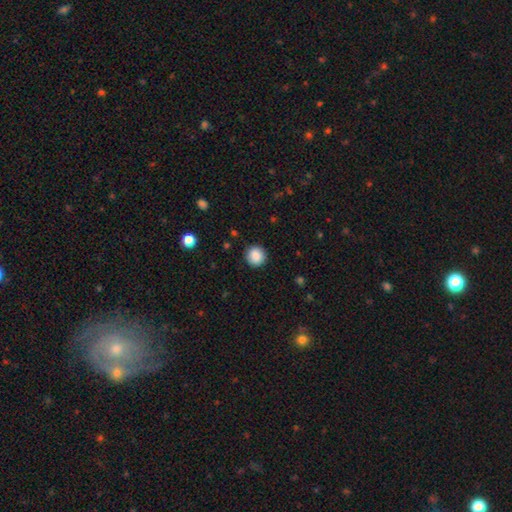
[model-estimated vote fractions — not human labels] Smooth or featured? smooth (88%)
How rounded? round (93%)
Merging? none (90%)